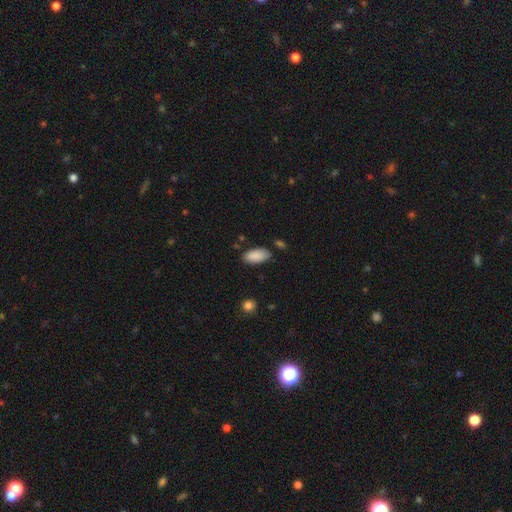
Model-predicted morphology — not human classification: smooth 89%, star or artifact 6%, featured or disk 4%. Down the decision tree: how rounded — in between (93%); merging — none (81%).